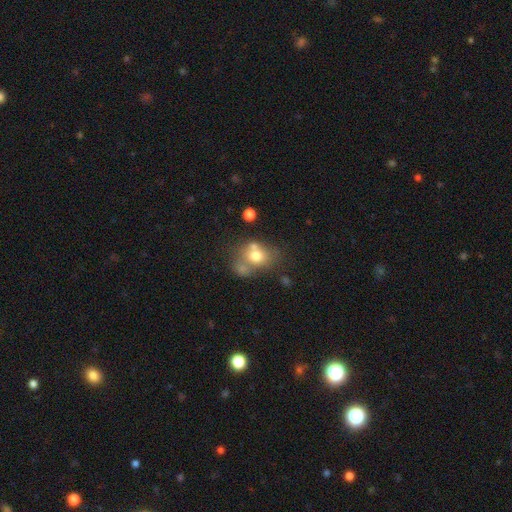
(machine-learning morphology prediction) The model was most divided on "merging": merger: 38%, none: 37%, minor disturbance: 16%, major disturbance: 9%. Remaining: smooth or featured — smooth (68%); how rounded — round (50%).